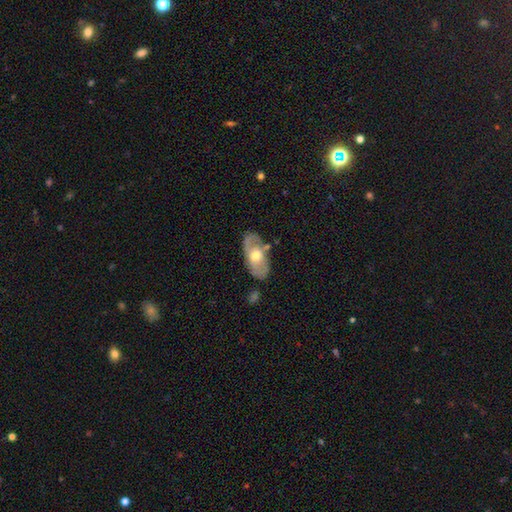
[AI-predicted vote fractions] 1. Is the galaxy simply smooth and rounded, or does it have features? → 52% featured or disk, 42% smooth, 6% star or artifact.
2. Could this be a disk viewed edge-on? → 85% no, 15% yes.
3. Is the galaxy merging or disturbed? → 70% none, 18% minor disturbance, 6% merger, 5% major disturbance.